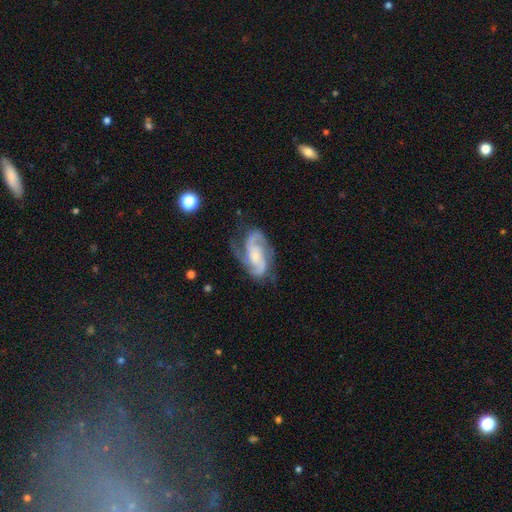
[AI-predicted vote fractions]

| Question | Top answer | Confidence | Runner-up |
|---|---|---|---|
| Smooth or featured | featured or disk | 88% | smooth (7%) |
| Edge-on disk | no | 97% | yes (3%) |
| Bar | no | 54% | weak (35%) |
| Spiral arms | yes | 97% | no (3%) |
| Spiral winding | medium | 52% | tight (30%) |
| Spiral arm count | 2 | 55% | 3 (28%) |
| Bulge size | small | 52% | moderate (34%) |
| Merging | none | 66% | minor disturbance (21%) |